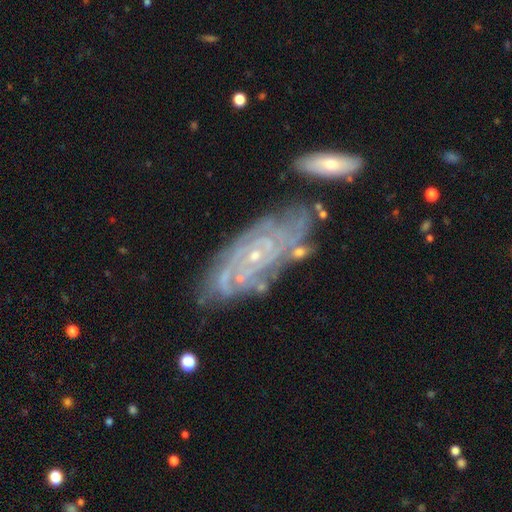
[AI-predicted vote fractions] Q: Smooth or featured?
A: featured or disk (83%); runner-up: smooth (10%)
Q: Edge-on disk?
A: no (91%); runner-up: yes (9%)
Q: Bar?
A: no (77%); runner-up: weak (18%)
Q: Spiral arms?
A: yes (91%); runner-up: no (9%)
Q: Spiral winding?
A: tight (74%); runner-up: medium (20%)
Q: Spiral arm count?
A: can't tell (49%); runner-up: 4 (13%)
Q: Bulge size?
A: small (85%); runner-up: moderate (10%)
Q: Merging?
A: none (68%); runner-up: minor disturbance (17%)